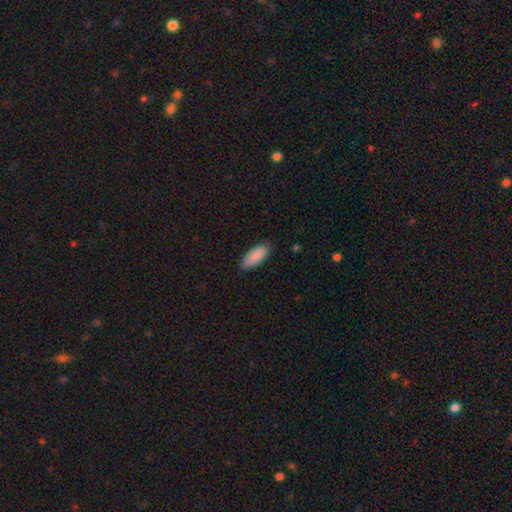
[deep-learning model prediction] Overall: smooth (89%). How rounded: in between (81%). Merging: none (84%).